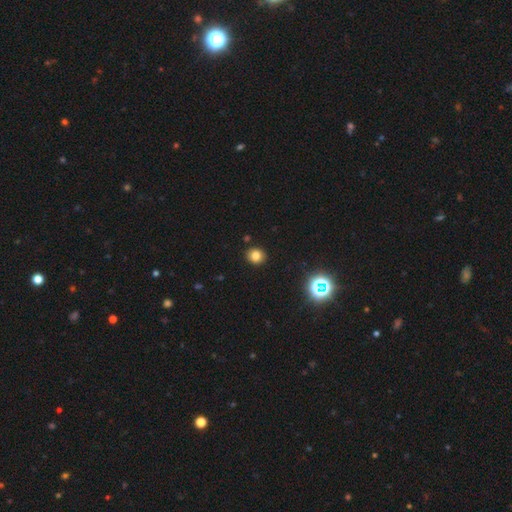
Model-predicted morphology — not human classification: Smooth or featured?
  - smooth: 78% *
  - star or artifact: 15%
  - featured or disk: 7%
How rounded?
  - round: 81% *
  - in between: 18%
  - cigar-shaped: 1%
Merging?
  - none: 91% *
  - minor disturbance: 6%
  - major disturbance: 2%
  - merger: 2%